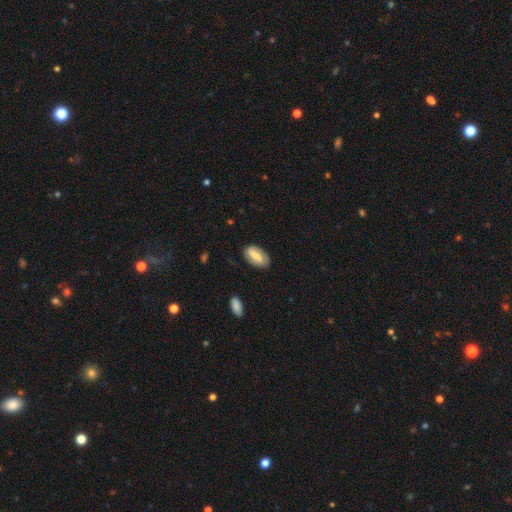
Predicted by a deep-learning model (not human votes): Morphology: type=featured or disk (48%); merging=none (83%).